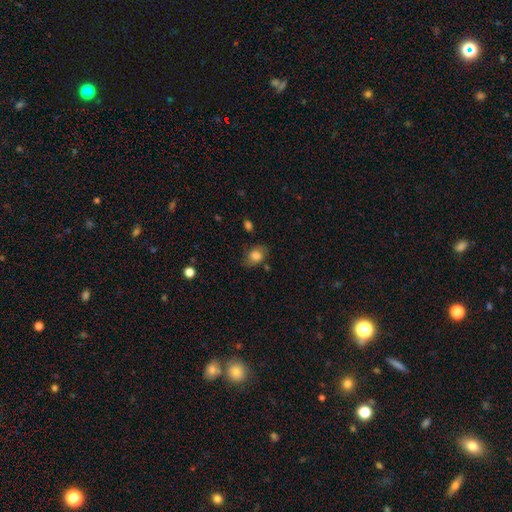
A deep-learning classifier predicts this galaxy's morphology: type=smooth (78%); roundness=in between (72%); merging=none (67%).